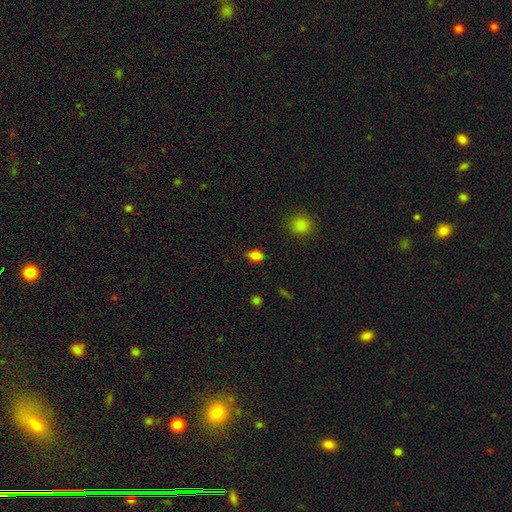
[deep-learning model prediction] Smooth or featured: smooth — 81% (star or artifact — 15%)
How rounded: in between — 71% (round — 27%)
Merging: none — 70% (minor disturbance — 23%)